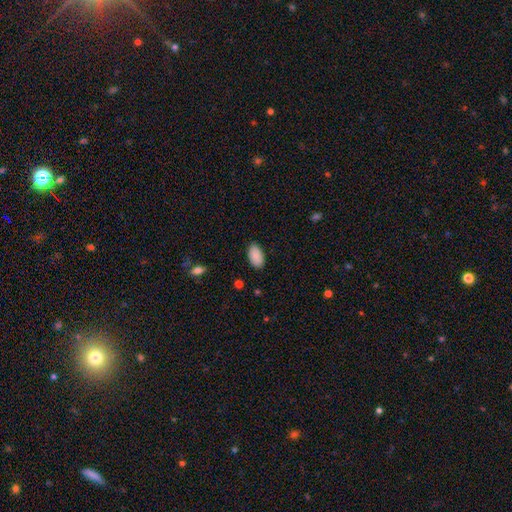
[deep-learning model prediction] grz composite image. It shows a smooth galaxy with no disk features (89%) that is in between round and cigar-shaped (95%). Merging: none (87%).